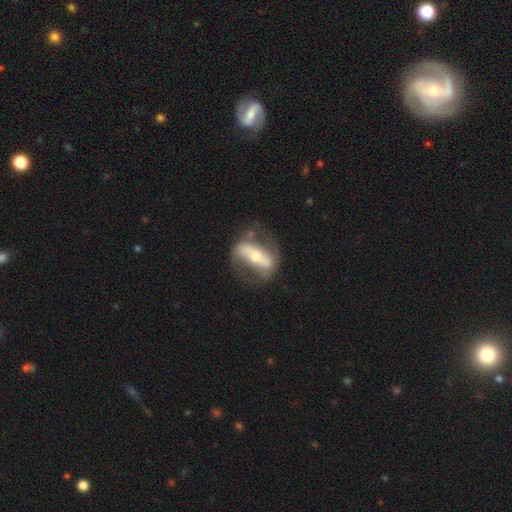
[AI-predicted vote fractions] A featured or disk galaxy (72%) with a strong bar (69%), no spiral arms (52%) and a moderate central bulge (59%). Merging: none (61%).